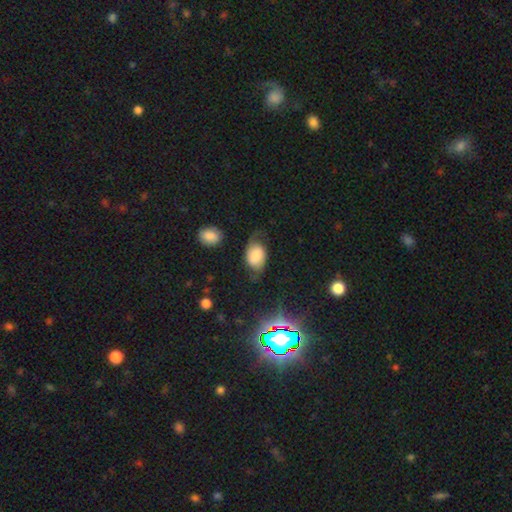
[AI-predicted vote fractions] This appears to be a smooth galaxy with no disk features (55%) that is in between round and cigar-shaped (81%). Merging: none (53%).